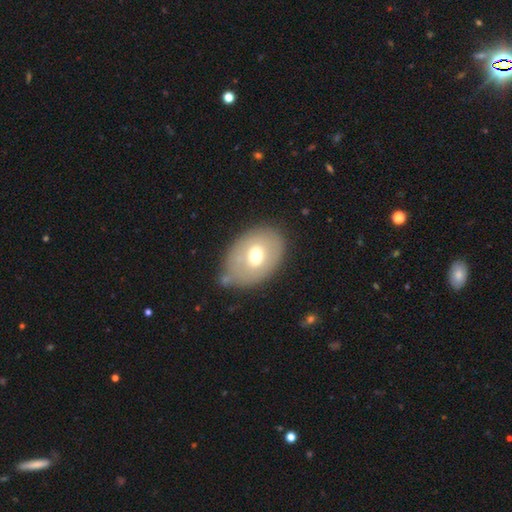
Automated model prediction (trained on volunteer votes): Smooth or featured?
  - smooth: 58% *
  - featured or disk: 34%
  - star or artifact: 8%
How rounded?
  - in between: 77% *
  - round: 22%
  - cigar-shaped: 1%
Merging?
  - none: 61% *
  - minor disturbance: 23%
  - major disturbance: 9%
  - merger: 7%